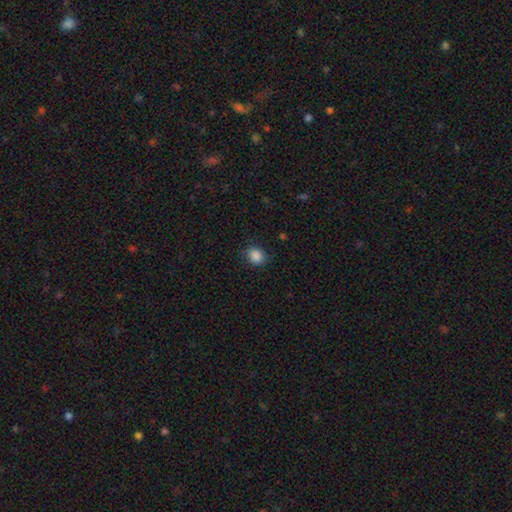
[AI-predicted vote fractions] smooth 87%, star or artifact 10%, featured or disk 3%. Down the decision tree: how rounded — round (63%); merging — none (84%).